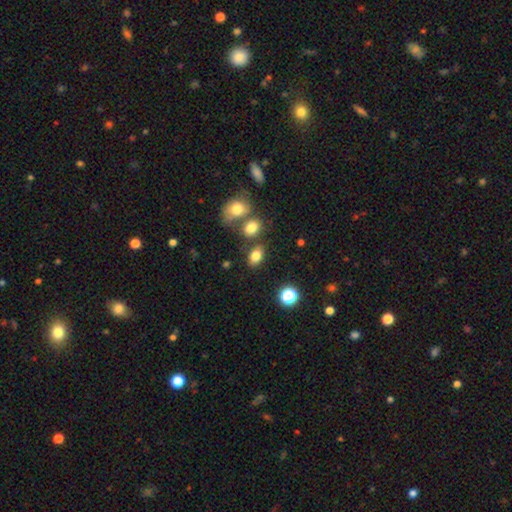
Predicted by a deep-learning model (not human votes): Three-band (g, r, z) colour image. It shows a smooth galaxy with no disk features (80%) that is in between round and cigar-shaped (79%). Merging: none (69%).